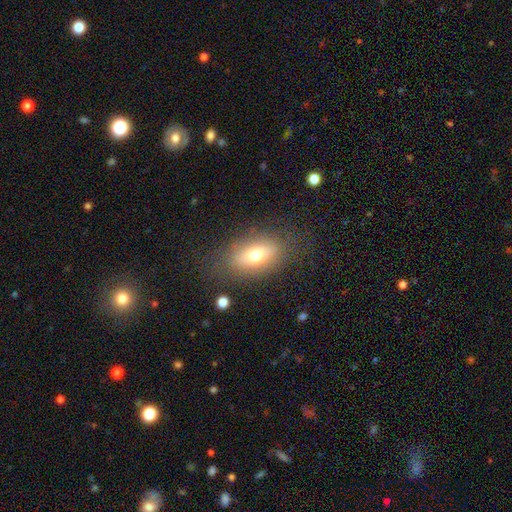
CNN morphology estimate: Smooth or featured?
  - smooth: 69% *
  - featured or disk: 20%
  - star or artifact: 11%
How rounded?
  - in between: 83% *
  - round: 13%
  - cigar-shaped: 4%
Merging?
  - none: 77% *
  - minor disturbance: 14%
  - major disturbance: 7%
  - merger: 2%